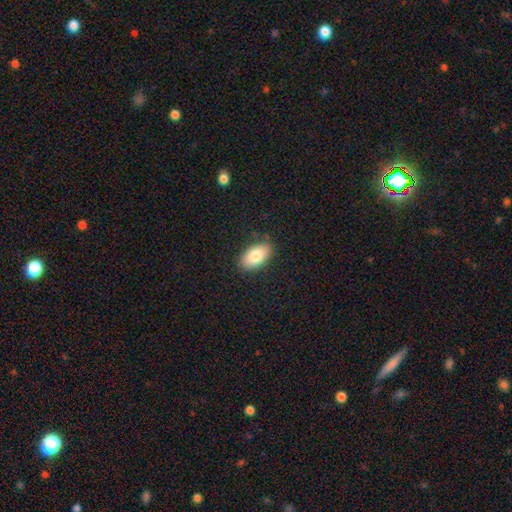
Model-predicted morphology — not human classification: The model was most divided on "smooth or featured": smooth: 81%, featured or disk: 11%, star or artifact: 7%. More confident: how rounded — in between (93%); merging — none (85%).